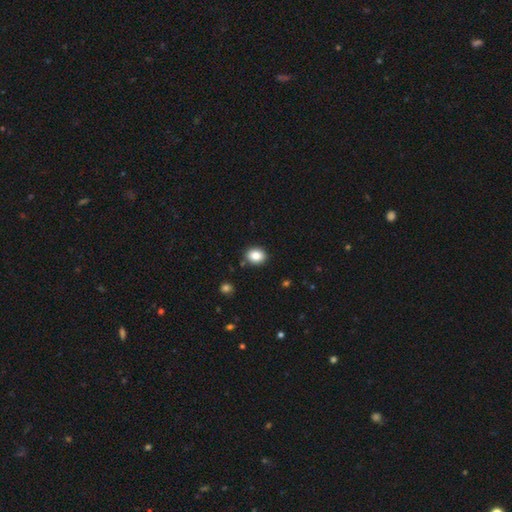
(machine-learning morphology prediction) This is clearly a smooth galaxy (85%). How rounded: possibly round (55%). Merging: clearly none (88%).